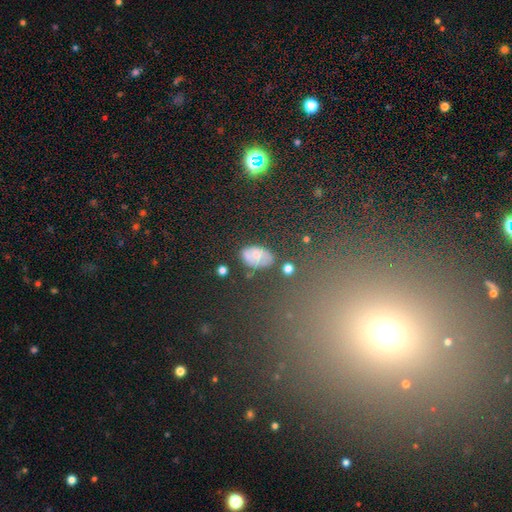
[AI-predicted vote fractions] Smooth or featured: smooth — 55% (featured or disk — 29%)
How rounded: in between — 83% (round — 15%)
Merging: none — 71% (minor disturbance — 19%)